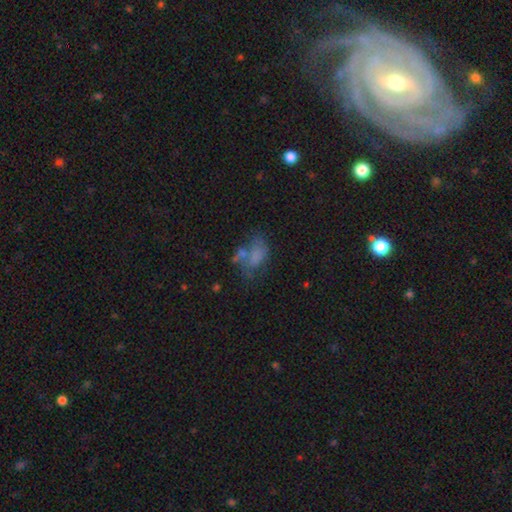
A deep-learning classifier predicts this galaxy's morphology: Overall: smooth (59%; featured or disk 25%). How rounded: in between (84%). Merging: none (33%; major disturbance 25%).